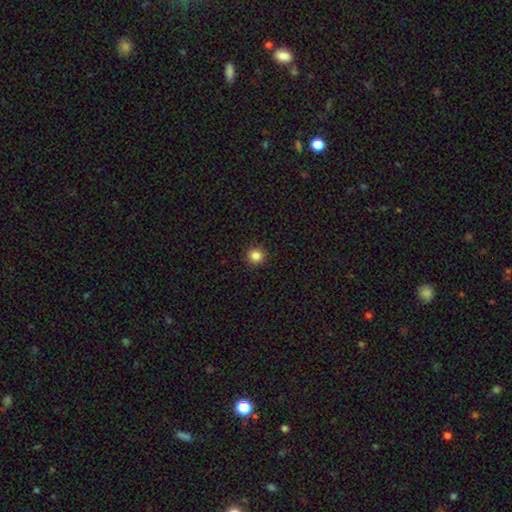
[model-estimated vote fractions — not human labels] A smooth galaxy with no disk features (85%) that is round (94%). Merging: none (93%).